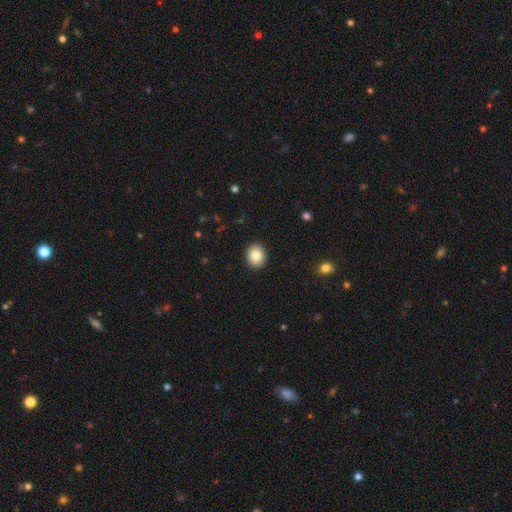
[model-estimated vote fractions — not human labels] Overall: smooth (84%). How rounded: round (65%; in between 34%). Merging: none (92%).